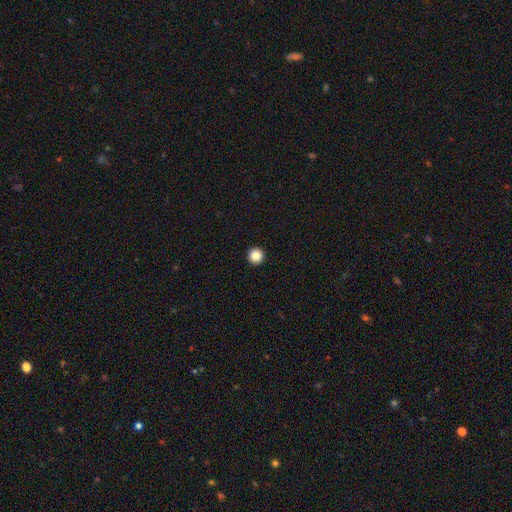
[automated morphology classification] type=smooth (85%); roundness=round (96%); merging=none (94%).